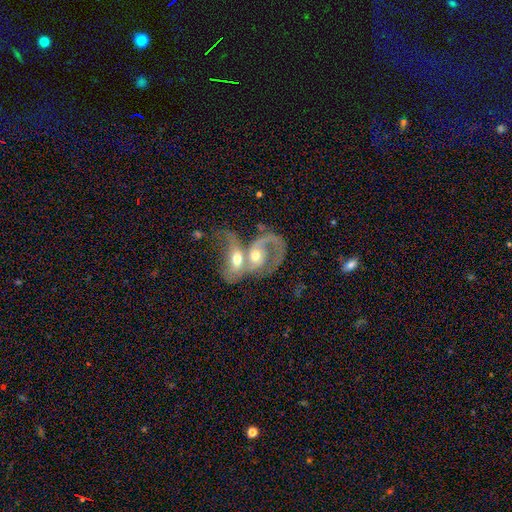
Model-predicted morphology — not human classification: type=featured or disk (68%); edge-on=no (95%); bar=no (68%); spiral arms=yes (72%); bulge=moderate (67%); merging=merger (81%).